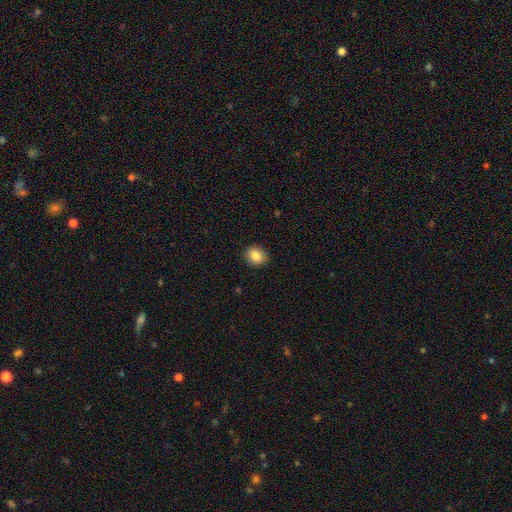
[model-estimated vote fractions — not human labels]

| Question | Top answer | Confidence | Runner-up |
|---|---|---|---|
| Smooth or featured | smooth | 86% | star or artifact (9%) |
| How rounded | round | 57% | in between (42%) |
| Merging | none | 89% | minor disturbance (8%) |